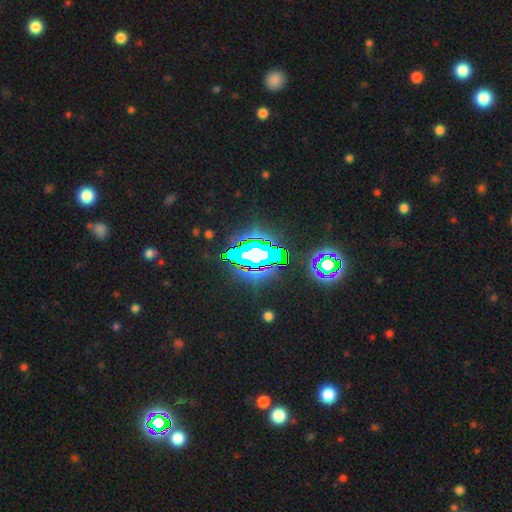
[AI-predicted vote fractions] Morphology: type=star or artifact (63%).